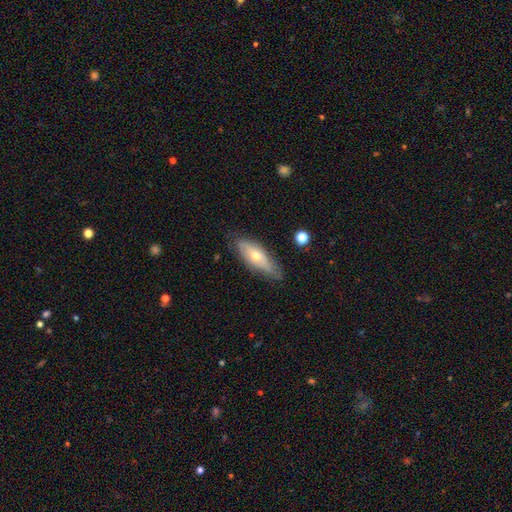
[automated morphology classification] This is possibly a smooth galaxy (51%). How rounded: likely in between (61%). Merging: likely none (71%).